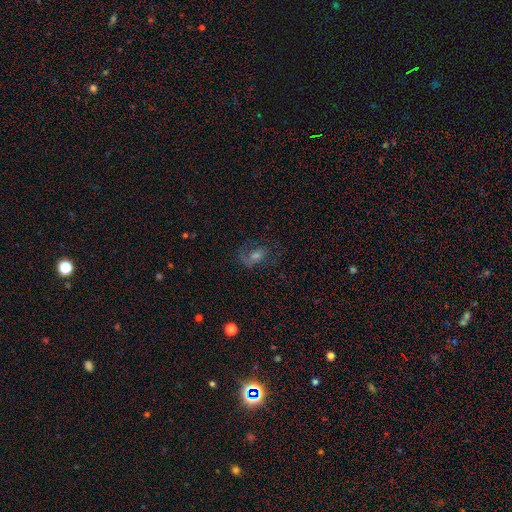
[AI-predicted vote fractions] Smooth or featured? featured or disk (52%)
Edge-on disk? no (95%)
Merging? none (58%)